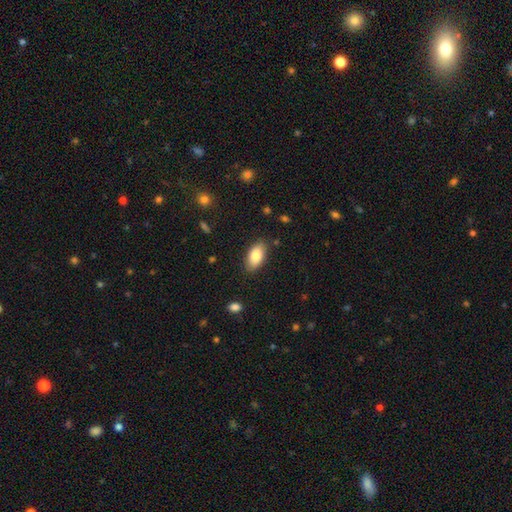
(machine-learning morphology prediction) smooth 83%, featured or disk 10%, star or artifact 7%. Down the decision tree: how rounded — in between (93%); merging — none (84%).